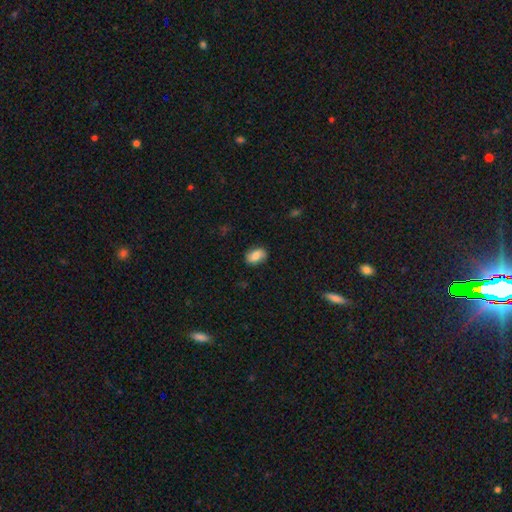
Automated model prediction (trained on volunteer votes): Smooth or featured? Predicted: smooth (p=0.74). How rounded? Predicted: in between (p=0.85). Merging? Predicted: none (p=0.82).